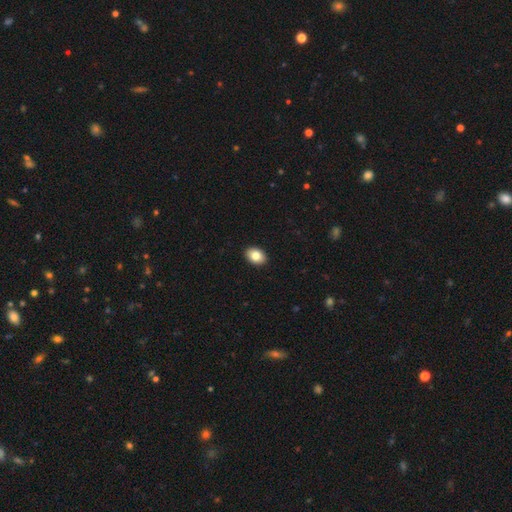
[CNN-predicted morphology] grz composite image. It shows a smooth galaxy with no disk features (83%) that is in between round and cigar-shaped (81%). Merging: none (92%).